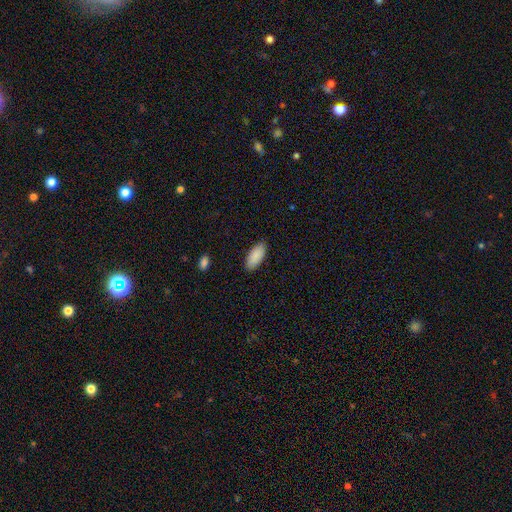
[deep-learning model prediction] This is clearly a smooth galaxy (90%). How rounded: clearly in between (87%). Merging: clearly none (87%).